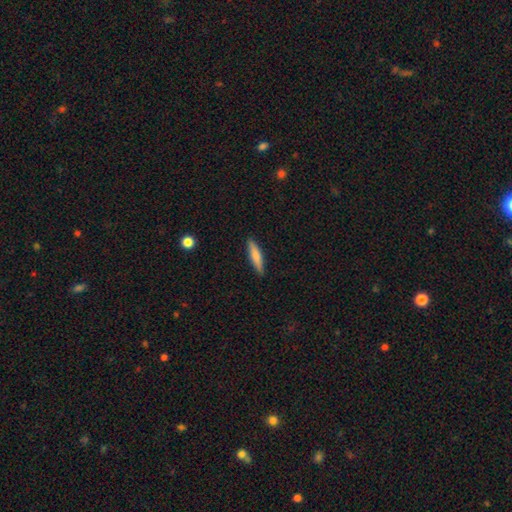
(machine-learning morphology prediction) Smooth or featured?
  - smooth: 72% *
  - featured or disk: 22%
  - star or artifact: 6%
How rounded?
  - cigar-shaped: 86% *
  - in between: 12%
  - round: 1%
Merging?
  - none: 89% *
  - minor disturbance: 8%
  - major disturbance: 2%
  - merger: 1%